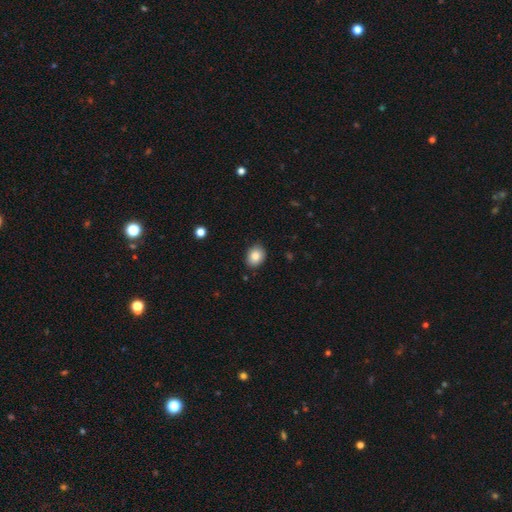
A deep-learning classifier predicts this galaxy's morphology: Overall: smooth (85%). How rounded: in between (54%; round 45%). Merging: none (86%).